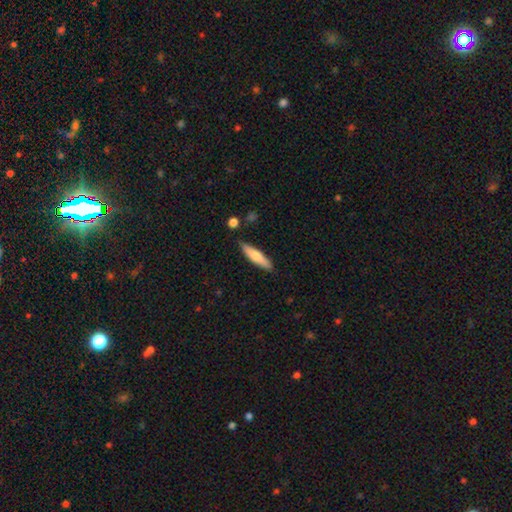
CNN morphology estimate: A smooth galaxy with no disk features (64%) that is cigar-shaped (80%). Merging: none (86%).